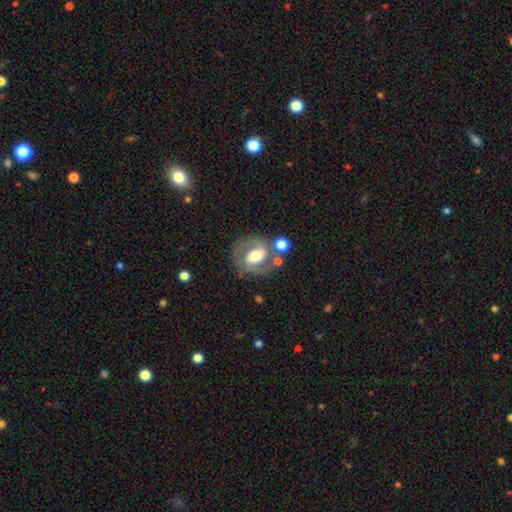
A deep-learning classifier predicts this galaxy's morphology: Overall: featured or disk (80%). Edge-on disk: no (97%). Bar: strong (40%, tied with weak). Spiral arms: yes (89%). Spiral arm count: 2 (87%). Spiral winding: medium (50%; tight 38%). Bulge size: moderate (65%). Merging: none (70%).